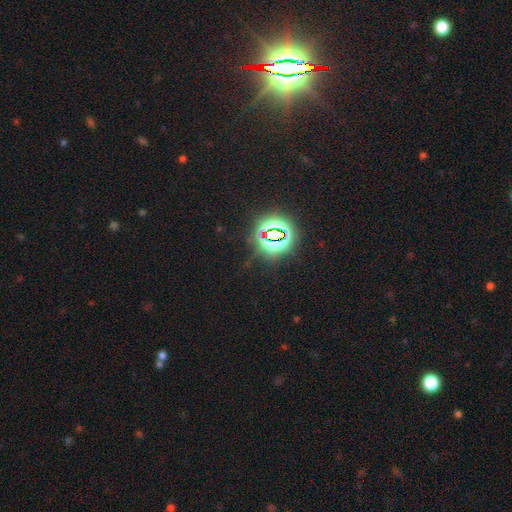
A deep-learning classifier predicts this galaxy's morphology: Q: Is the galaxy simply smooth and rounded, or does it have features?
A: star or artifact — 82%.